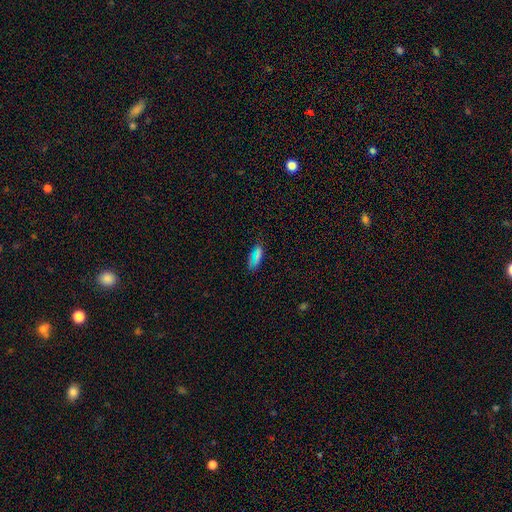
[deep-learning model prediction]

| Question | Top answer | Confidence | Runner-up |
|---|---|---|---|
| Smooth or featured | smooth | 62% | star or artifact (25%) |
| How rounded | in between | 72% | cigar-shaped (22%) |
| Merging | none | 76% | minor disturbance (16%) |